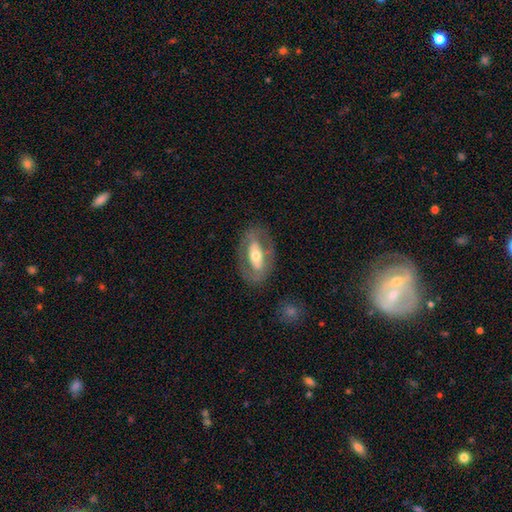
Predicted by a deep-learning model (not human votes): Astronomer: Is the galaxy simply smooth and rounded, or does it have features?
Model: featured or disk — 62%.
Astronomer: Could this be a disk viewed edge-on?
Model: no — 86%.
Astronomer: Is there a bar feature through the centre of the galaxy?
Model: no — 44% (runner-up: strong, 33%).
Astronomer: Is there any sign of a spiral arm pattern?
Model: no — 69%.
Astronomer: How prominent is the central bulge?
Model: moderate — 64%.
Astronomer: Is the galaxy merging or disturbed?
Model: none — 78%.